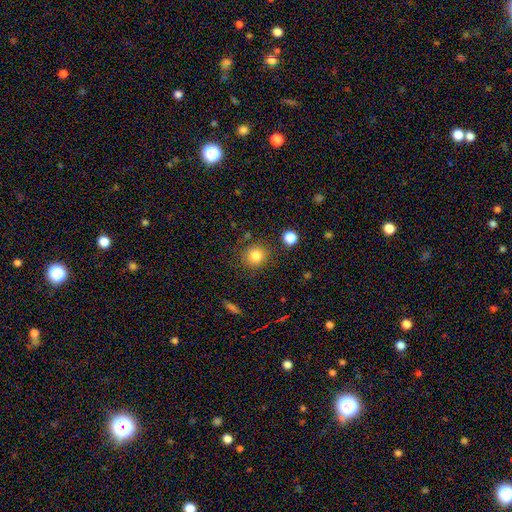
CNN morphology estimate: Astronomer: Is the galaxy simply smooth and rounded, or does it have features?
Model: smooth — 83%.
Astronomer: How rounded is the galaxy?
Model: round — 90%.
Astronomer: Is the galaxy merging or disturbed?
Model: none — 83%.